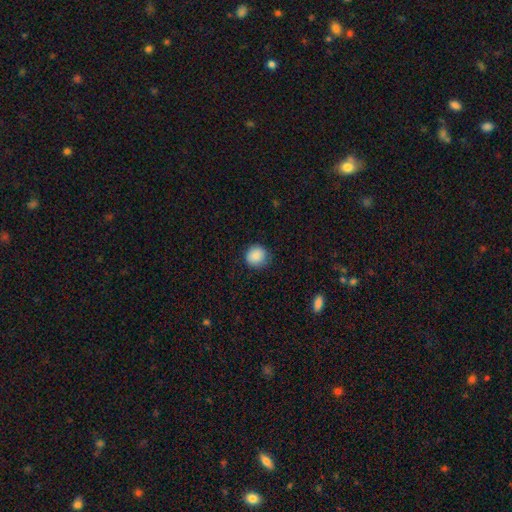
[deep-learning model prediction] Smooth or featured? Predicted: smooth (p=0.88). How rounded? Predicted: round (p=0.90). Merging? Predicted: none (p=0.85).